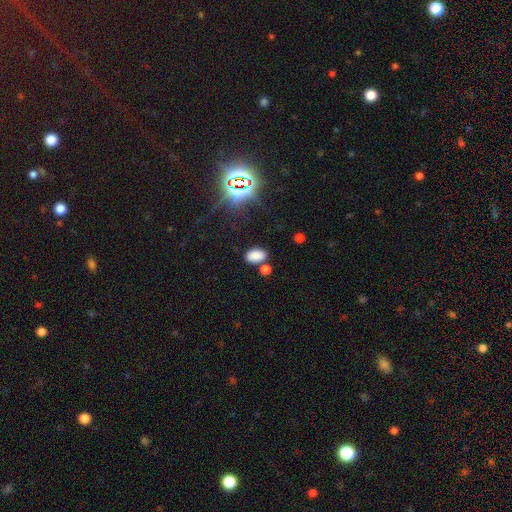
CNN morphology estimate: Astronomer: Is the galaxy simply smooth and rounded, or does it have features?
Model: smooth — 79%.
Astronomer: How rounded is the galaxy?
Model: in between — 90%.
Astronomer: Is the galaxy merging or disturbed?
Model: none — 73%.